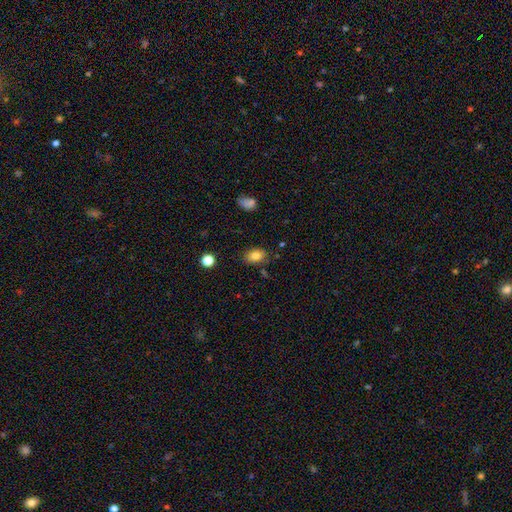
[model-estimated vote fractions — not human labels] Q: Smooth or featured?
A: smooth (81%); runner-up: featured or disk (10%)
Q: How rounded?
A: in between (84%); runner-up: round (15%)
Q: Merging?
A: none (82%); runner-up: minor disturbance (13%)